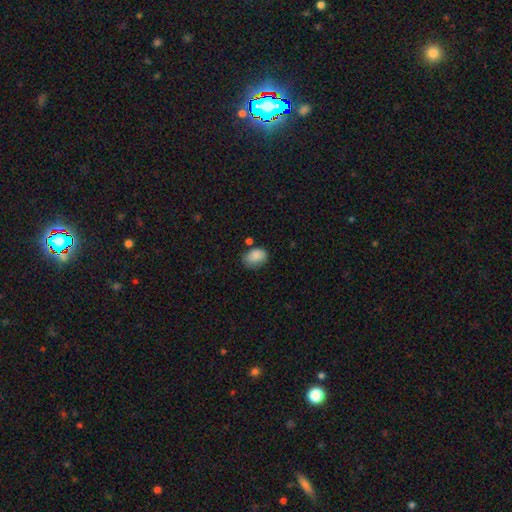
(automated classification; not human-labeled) Smooth or featured?
  - smooth: 86% *
  - star or artifact: 8%
  - featured or disk: 6%
How rounded?
  - in between: 82% *
  - round: 17%
  - cigar-shaped: 1%
Merging?
  - none: 61% *
  - minor disturbance: 26%
  - merger: 6%
  - major disturbance: 6%